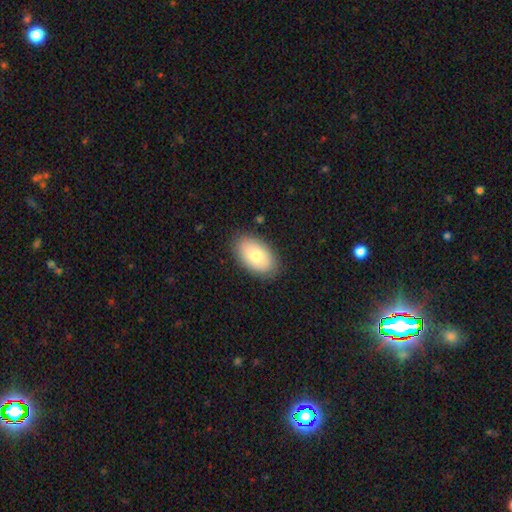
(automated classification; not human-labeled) The model was most divided on "smooth or featured": smooth: 77%, featured or disk: 16%, star or artifact: 7%. More confident: how rounded — in between (92%); merging — none (85%).